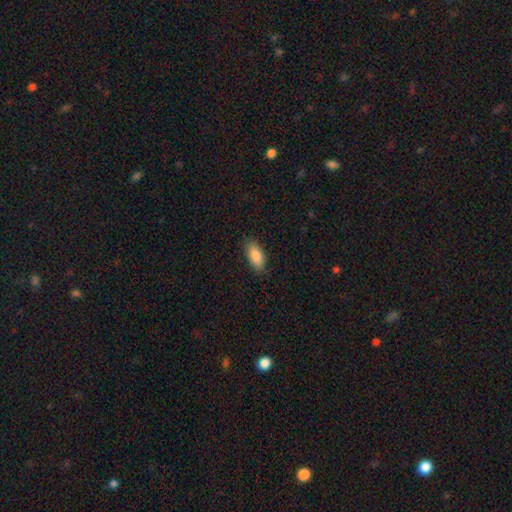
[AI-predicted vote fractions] Smooth or featured?
  - smooth: 86% *
  - featured or disk: 7%
  - star or artifact: 7%
How rounded?
  - in between: 86% *
  - cigar-shaped: 11%
  - round: 2%
Merging?
  - none: 85% *
  - minor disturbance: 12%
  - major disturbance: 2%
  - merger: 1%